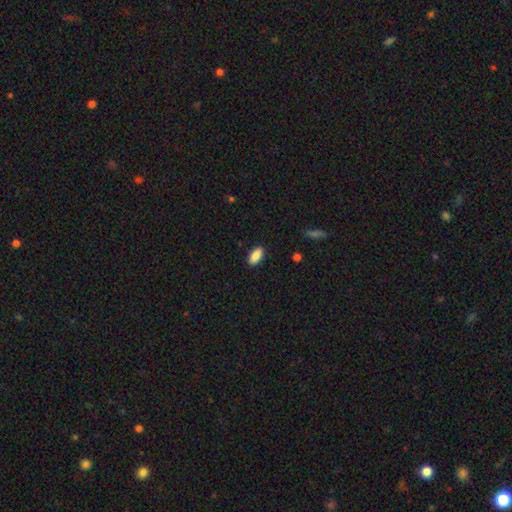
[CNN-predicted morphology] Smooth or featured: smooth — 89% (star or artifact — 7%)
How rounded: in between — 89% (cigar-shaped — 8%)
Merging: none — 89% (minor disturbance — 8%)